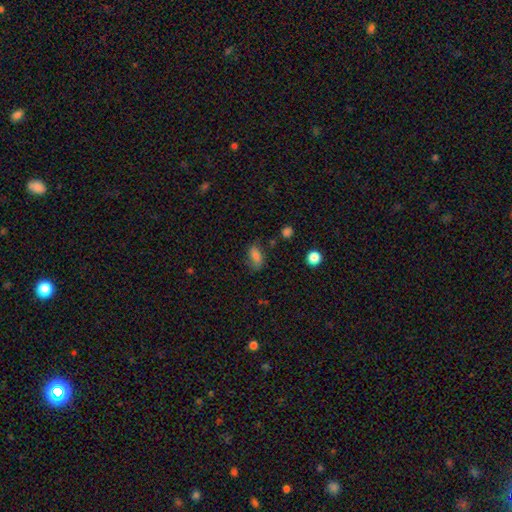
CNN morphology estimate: The model was most divided on "merging": none: 62%, minor disturbance: 25%, major disturbance: 10%, merger: 3%. More confident: how rounded — in between (84%); smooth or featured — smooth (67%).